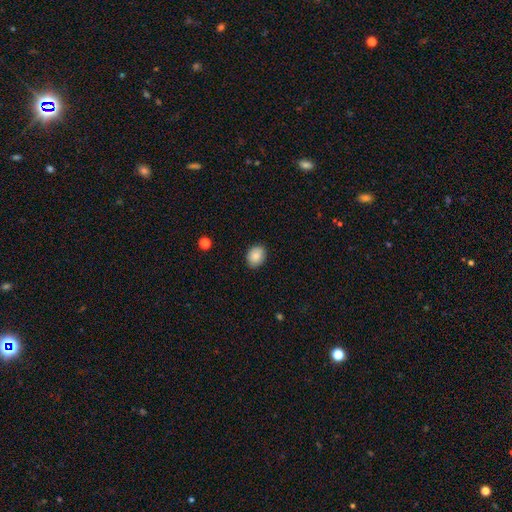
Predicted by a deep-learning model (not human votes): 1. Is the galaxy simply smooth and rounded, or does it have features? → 84% smooth, 8% featured or disk, 8% star or artifact.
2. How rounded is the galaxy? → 53% in between, 46% round, 1% cigar-shaped.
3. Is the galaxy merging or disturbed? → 87% none, 10% minor disturbance, 2% major disturbance, 1% merger.